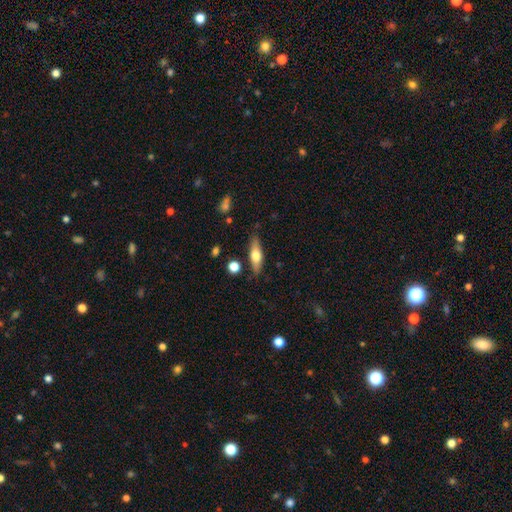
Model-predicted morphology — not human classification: This is possibly a smooth galaxy (53%). How rounded: possibly cigar-shaped (53%). Merging: clearly none (83%).